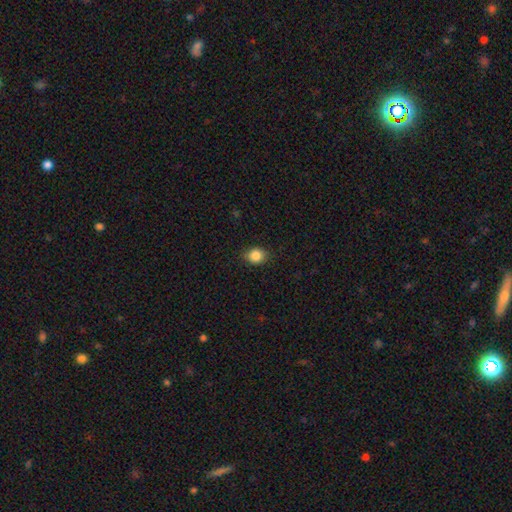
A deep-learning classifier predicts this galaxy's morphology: Smooth or featured: smooth — 86% (star or artifact — 10%)
How rounded: round — 56% (in between — 43%)
Merging: none — 84% (minor disturbance — 12%)